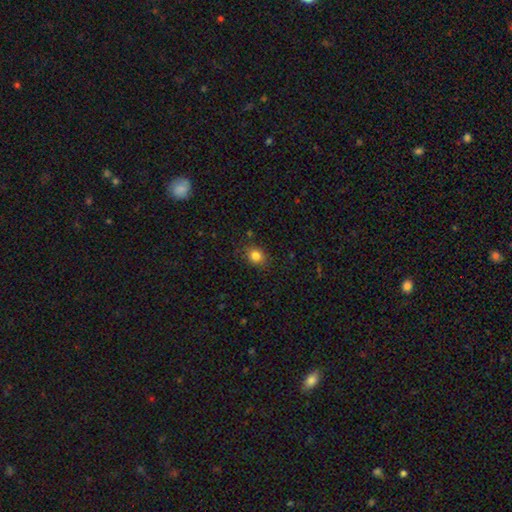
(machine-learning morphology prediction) The model was most divided on "how rounded": round: 63%, in between: 36%, cigar-shaped: 1%. More confident: smooth or featured — smooth (83%); merging — none (82%).